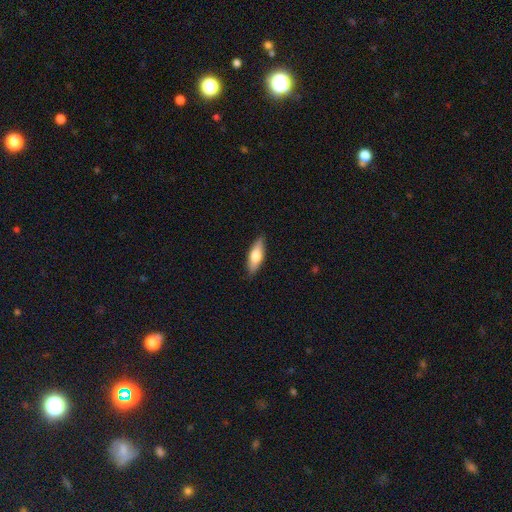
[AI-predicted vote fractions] Q: Smooth or featured?
A: smooth (67%); runner-up: featured or disk (27%)
Q: How rounded?
A: in between (60%); runner-up: cigar-shaped (38%)
Q: Merging?
A: none (88%); runner-up: minor disturbance (9%)